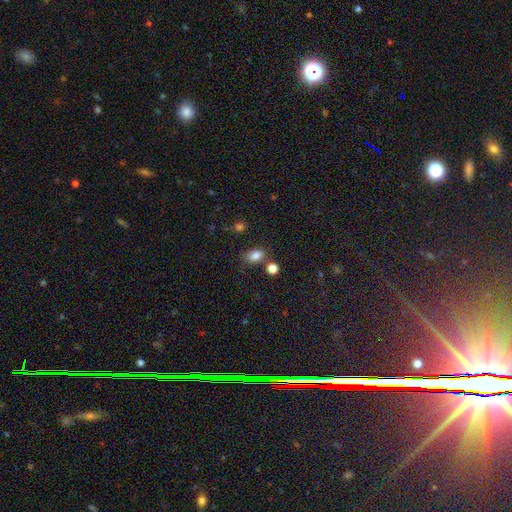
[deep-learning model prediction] The model was most divided on "merging": none: 69%, minor disturbance: 15%, merger: 12%, major disturbance: 4%. More confident: smooth or featured — smooth (83%); how rounded — in between (78%).